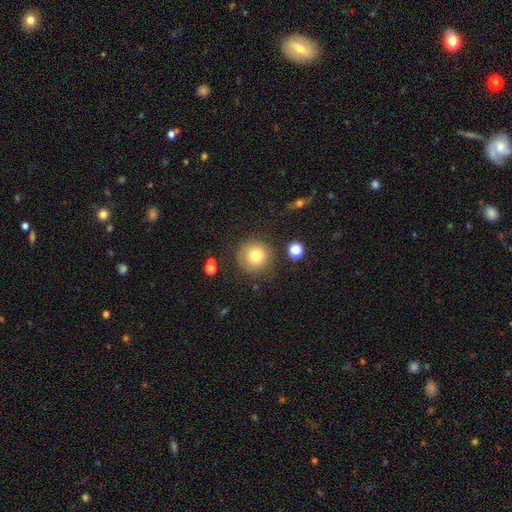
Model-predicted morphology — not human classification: A smooth galaxy with no disk features (78%) that is round (94%).

Vote fractions:
- Smooth or featured? smooth: 78% / star or artifact: 11% / featured or disk: 11%
- How rounded? round: 94% / in between: 5% / cigar-shaped: 1%
- Merging? none: 83% / minor disturbance: 10% / major disturbance: 4% / merger: 3%